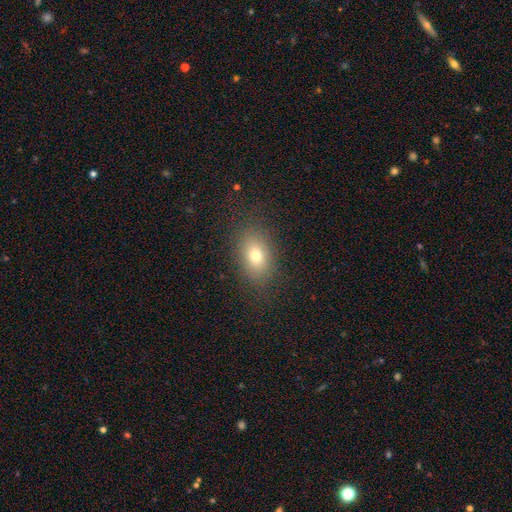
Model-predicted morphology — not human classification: This is likely a smooth galaxy (74%). How rounded: clearly in between (82%). Merging: clearly none (85%).